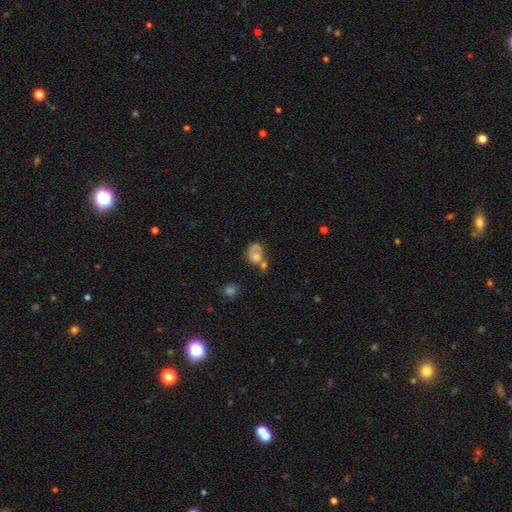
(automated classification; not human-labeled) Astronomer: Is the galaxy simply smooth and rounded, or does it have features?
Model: smooth — 47% (runner-up: featured or disk, 42%).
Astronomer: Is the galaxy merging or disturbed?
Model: none — 32% (runner-up: merger, 30%).